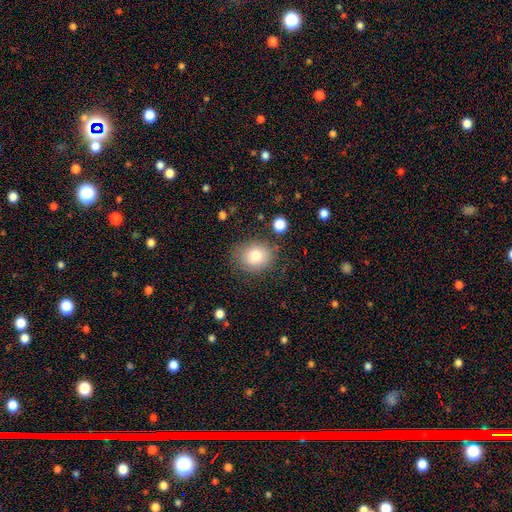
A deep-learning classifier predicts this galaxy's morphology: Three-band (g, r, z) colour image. It shows a smooth galaxy with no disk features (79%) that is round (65%). Merging: none (76%).